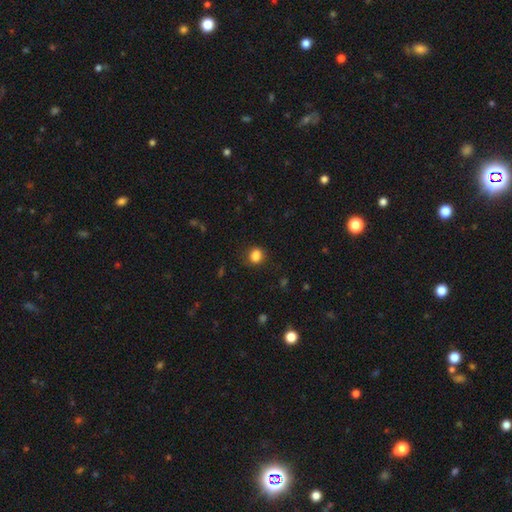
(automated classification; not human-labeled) Smooth or featured? Predicted: smooth (p=0.85). How rounded? Predicted: round (p=0.58). Merging? Predicted: none (p=0.76).